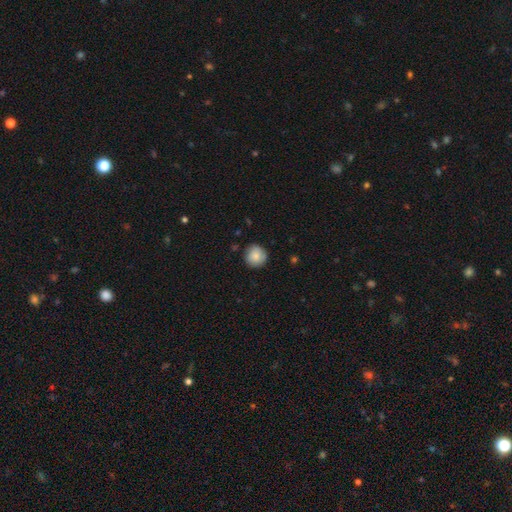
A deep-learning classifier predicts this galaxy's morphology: A smooth galaxy with no disk features (85%) that is round (94%).

Vote fractions:
- Smooth or featured? smooth: 85% / featured or disk: 8% / star or artifact: 7%
- How rounded? round: 94% / in between: 5% / cigar-shaped: 1%
- Merging? none: 86% / minor disturbance: 11% / major disturbance: 2% / merger: 1%